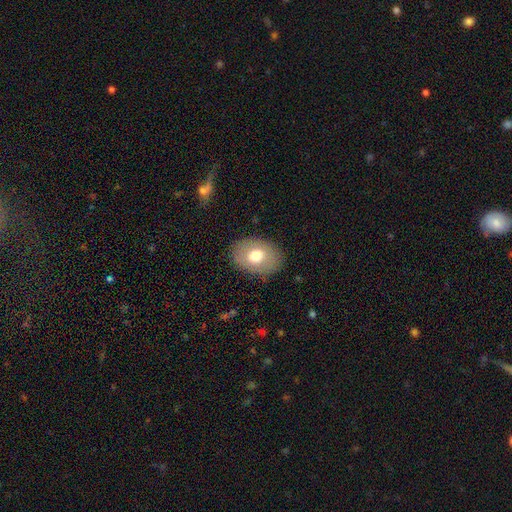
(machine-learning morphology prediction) Smooth or featured: smooth — 69% (featured or disk — 23%)
How rounded: in between — 74% (round — 25%)
Merging: none — 85% (minor disturbance — 10%)